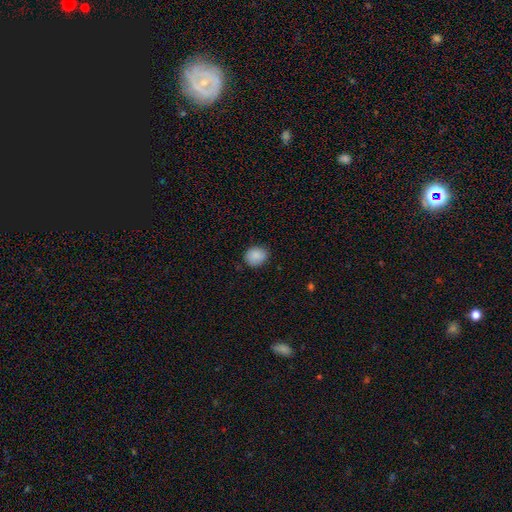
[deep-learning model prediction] Overall: smooth (88%). How rounded: round (66%; in between 33%). Merging: none (84%).